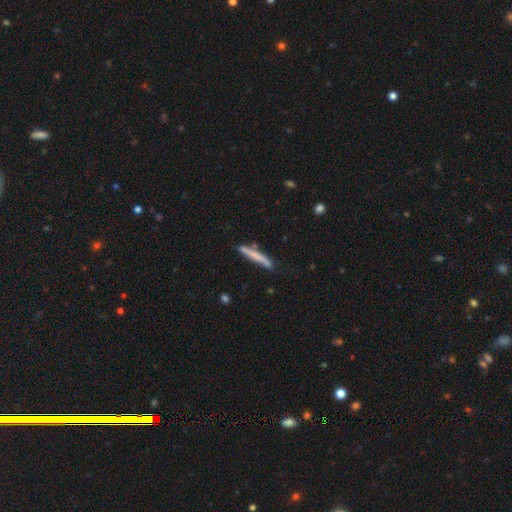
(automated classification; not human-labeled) Smooth or featured? smooth (65%)
How rounded? cigar-shaped (95%)
Merging? none (75%)